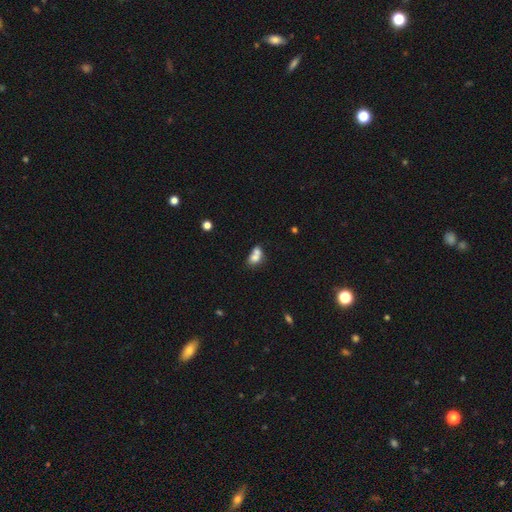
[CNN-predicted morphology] The model was most divided on "how rounded": in between: 64%, round: 34%, cigar-shaped: 2%. More confident: smooth or featured — smooth (72%); merging — merger (64%).